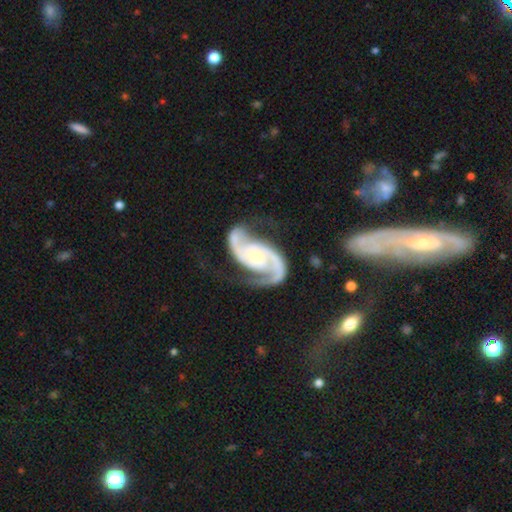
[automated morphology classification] A featured or disk galaxy (94%) with no bar (61%), 2 (94%) medium (57%) spiral arms (99%) and a small central bulge (53%). Merging: none (71%).